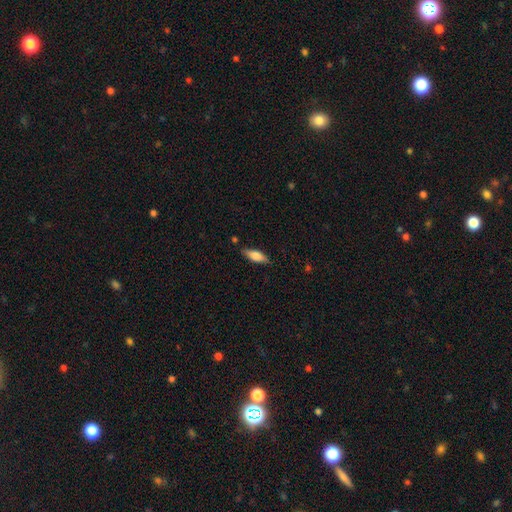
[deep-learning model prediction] smooth_or_featured: smooth (p=0.69) [alt: featured or disk p=0.25]
how_rounded: in between (p=0.60) [alt: cigar-shaped p=0.37]
merging: none (p=0.81) [alt: minor disturbance p=0.14]